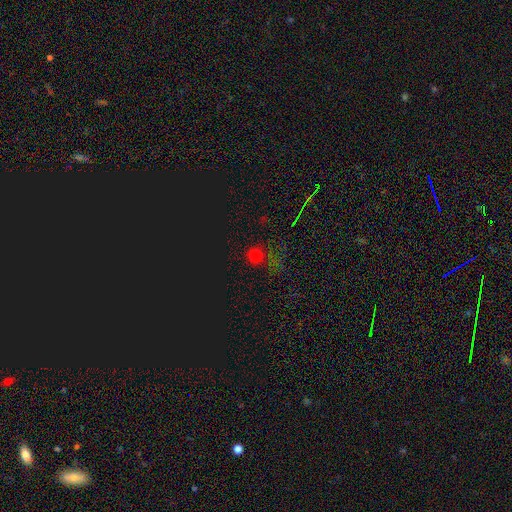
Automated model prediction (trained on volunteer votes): A star or artifact, not a galaxy (49%).

Vote fractions:
- Smooth or featured? star or artifact: 49% / smooth: 46% / featured or disk: 6%